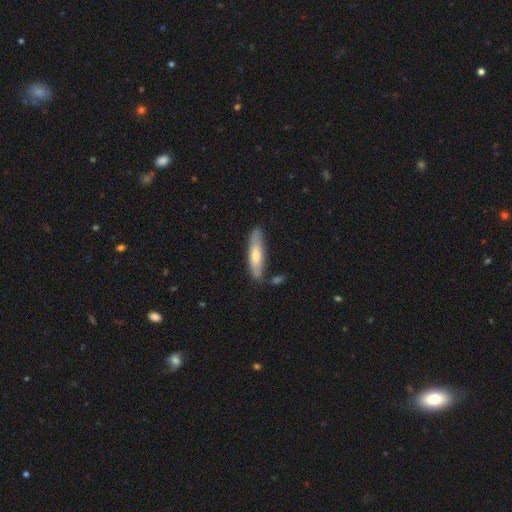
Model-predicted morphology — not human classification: smooth 58%, featured or disk 36%, star or artifact 6%. Down the decision tree: how rounded — cigar-shaped (77%); merging — none (79%).